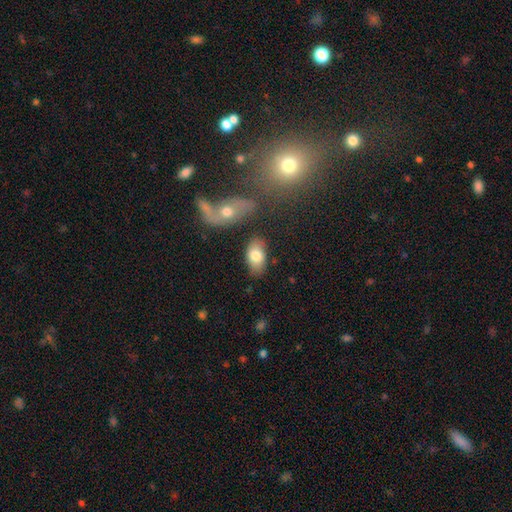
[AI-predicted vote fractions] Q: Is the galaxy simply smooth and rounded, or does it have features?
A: smooth — 79%.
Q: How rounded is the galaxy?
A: in between — 92%.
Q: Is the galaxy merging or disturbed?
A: none — 75%.